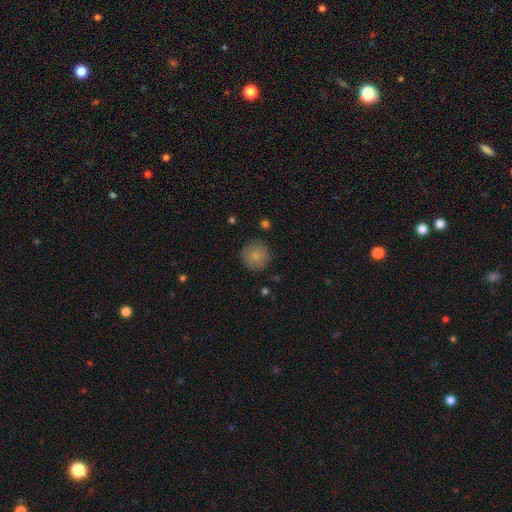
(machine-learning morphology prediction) Q: Smooth or featured?
A: smooth (78%); runner-up: featured or disk (14%)
Q: How rounded?
A: round (94%); runner-up: in between (5%)
Q: Merging?
A: none (84%); runner-up: minor disturbance (12%)